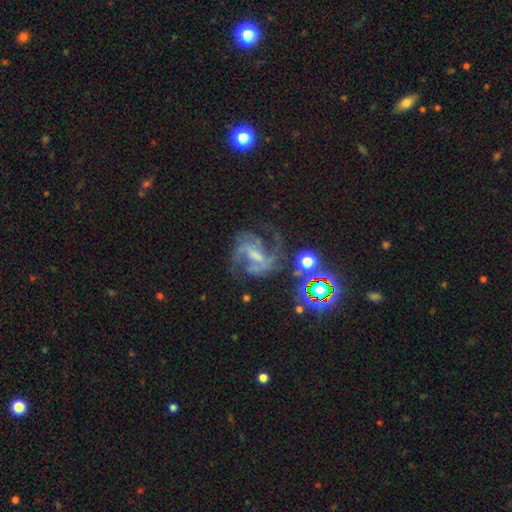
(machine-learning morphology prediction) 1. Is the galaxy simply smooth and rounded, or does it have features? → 80% featured or disk, 12% star or artifact, 8% smooth.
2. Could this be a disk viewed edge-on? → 97% no, 3% yes.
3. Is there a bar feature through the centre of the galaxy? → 45% weak, 36% strong, 19% no.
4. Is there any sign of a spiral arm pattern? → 94% yes, 6% no.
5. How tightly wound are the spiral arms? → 55% medium, 24% loose, 21% tight.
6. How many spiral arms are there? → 62% 2, 14% 3, 12% can't tell, 5% 1, 4% 4, 3% more than 4.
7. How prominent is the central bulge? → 34% none, 29% small, 29% moderate, 7% large, 2% dominant.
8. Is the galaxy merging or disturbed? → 53% none, 23% major disturbance, 19% minor disturbance, 5% merger.